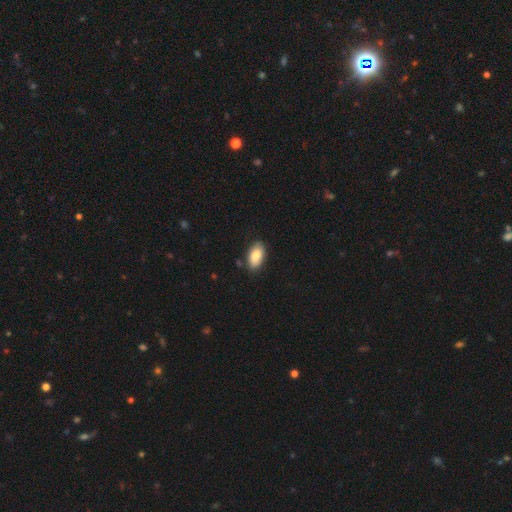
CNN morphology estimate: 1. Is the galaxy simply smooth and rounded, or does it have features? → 85% smooth, 9% featured or disk, 7% star or artifact.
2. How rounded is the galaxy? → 93% in between, 4% round, 3% cigar-shaped.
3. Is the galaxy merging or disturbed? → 83% none, 13% minor disturbance, 2% major disturbance, 2% merger.